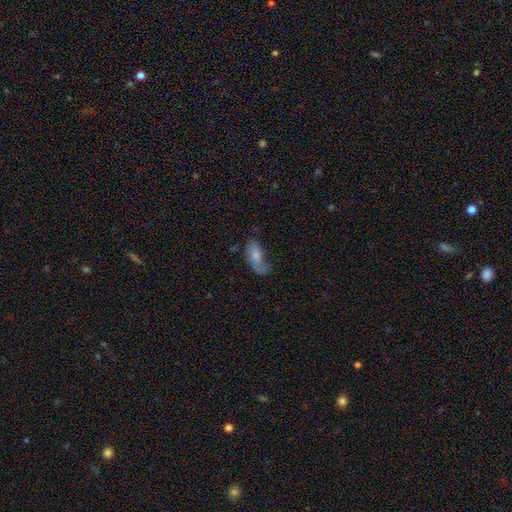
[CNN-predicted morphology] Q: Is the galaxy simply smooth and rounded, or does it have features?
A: smooth — 64%.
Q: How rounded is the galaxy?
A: in between — 87%.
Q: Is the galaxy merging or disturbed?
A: none — 33%.